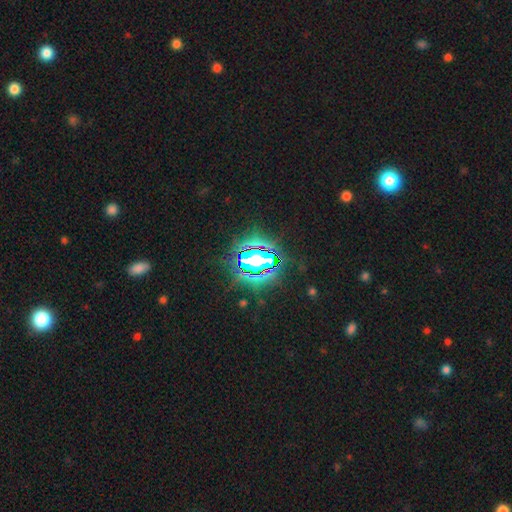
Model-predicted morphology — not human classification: A star or artifact, not a galaxy (82%).